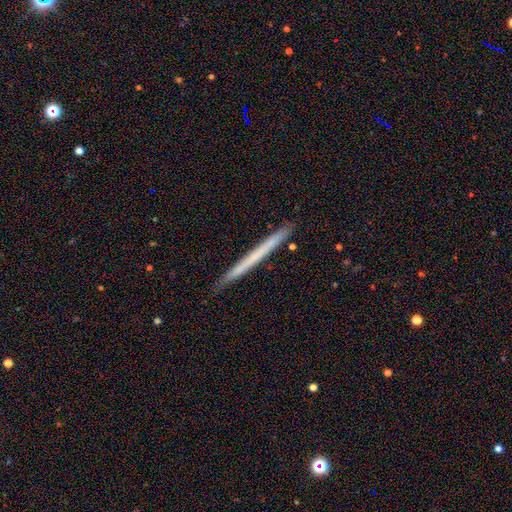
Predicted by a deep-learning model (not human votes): smooth_or_featured: smooth (p=0.49) [alt: featured or disk p=0.45]
merging: none (p=0.91) [alt: minor disturbance p=0.07]